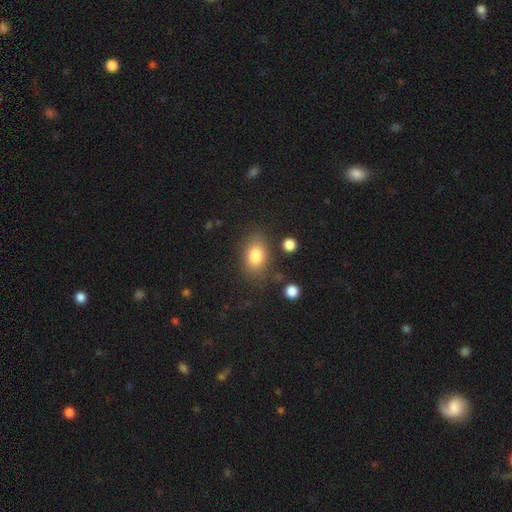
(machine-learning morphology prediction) smooth 83%, featured or disk 9%, star or artifact 9%. Down the decision tree: how rounded — in between (81%); merging — none (75%).